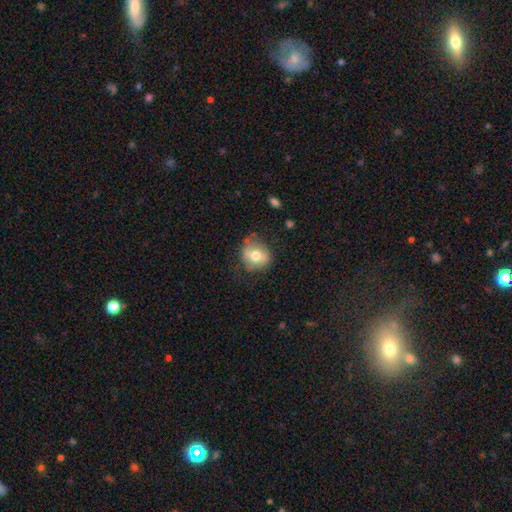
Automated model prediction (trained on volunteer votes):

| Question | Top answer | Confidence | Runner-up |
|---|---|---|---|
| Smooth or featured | smooth | 60% | featured or disk (32%) |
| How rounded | round | 78% | in between (21%) |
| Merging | none | 66% | minor disturbance (24%) |